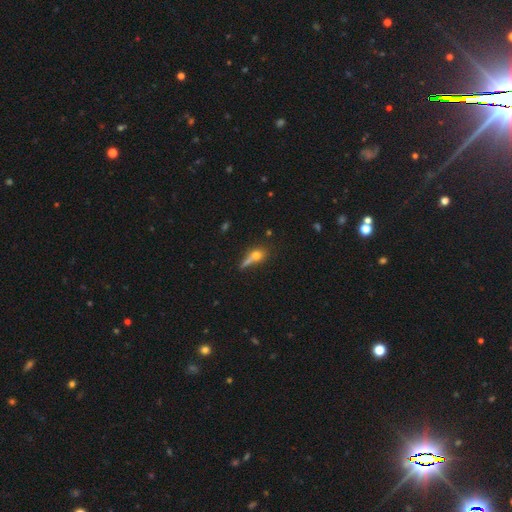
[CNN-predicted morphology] Q: Smooth or featured?
A: smooth (64%); runner-up: featured or disk (22%)
Q: How rounded?
A: in between (40%); tied with: round (40%)
Q: Merging?
A: none (40%); runner-up: merger (22%)